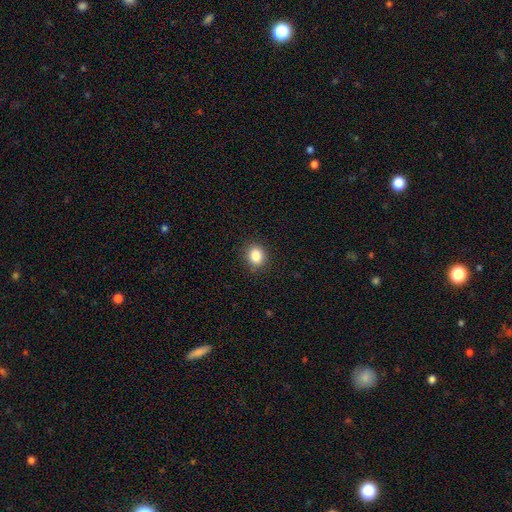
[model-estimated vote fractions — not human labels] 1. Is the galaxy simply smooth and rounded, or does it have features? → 85% smooth, 10% star or artifact, 5% featured or disk.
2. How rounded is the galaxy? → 64% round, 35% in between, 1% cigar-shaped.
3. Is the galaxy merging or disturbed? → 89% none, 8% minor disturbance, 2% major disturbance, 1% merger.